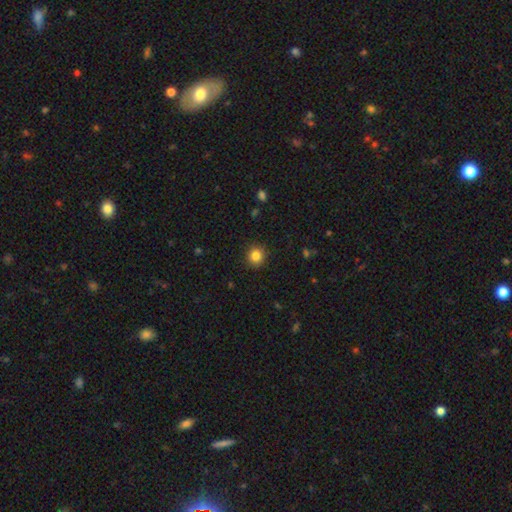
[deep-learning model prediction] Smooth or featured? smooth (84%)
How rounded? round (91%)
Merging? none (91%)